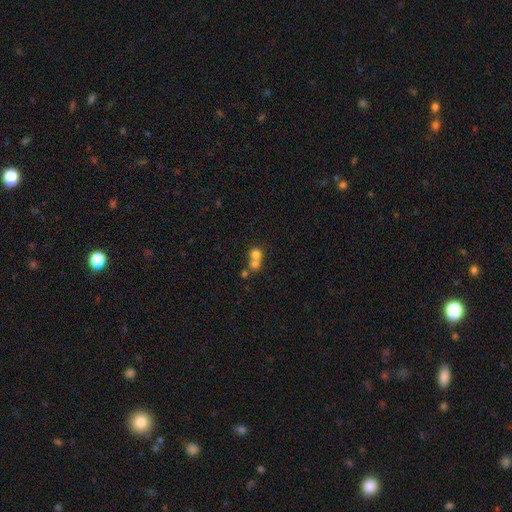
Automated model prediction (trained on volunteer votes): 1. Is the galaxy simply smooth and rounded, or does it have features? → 73% smooth, 15% featured or disk, 13% star or artifact.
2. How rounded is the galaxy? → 81% round, 18% in between, 1% cigar-shaped.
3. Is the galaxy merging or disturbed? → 62% merger, 31% none, 5% minor disturbance, 3% major disturbance.